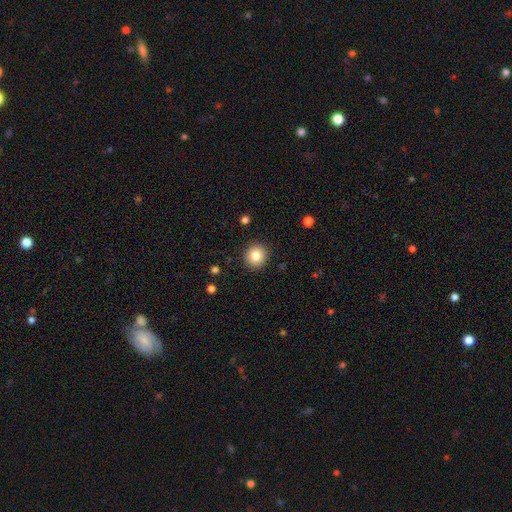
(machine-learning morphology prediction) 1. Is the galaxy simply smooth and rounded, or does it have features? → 83% smooth, 10% star or artifact, 7% featured or disk.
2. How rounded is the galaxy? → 92% round, 7% in between, 1% cigar-shaped.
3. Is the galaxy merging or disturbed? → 91% none, 6% minor disturbance, 2% major disturbance, 1% merger.